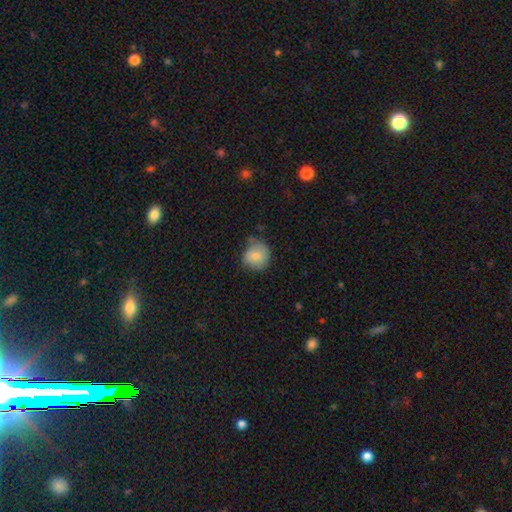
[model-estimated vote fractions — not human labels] A smooth galaxy with no disk features (82%) that is round (86%).

Vote fractions:
- Smooth or featured? smooth: 82% / featured or disk: 10% / star or artifact: 8%
- How rounded? round: 86% / in between: 13% / cigar-shaped: 1%
- Merging? none: 65% / minor disturbance: 26% / major disturbance: 5% / merger: 3%